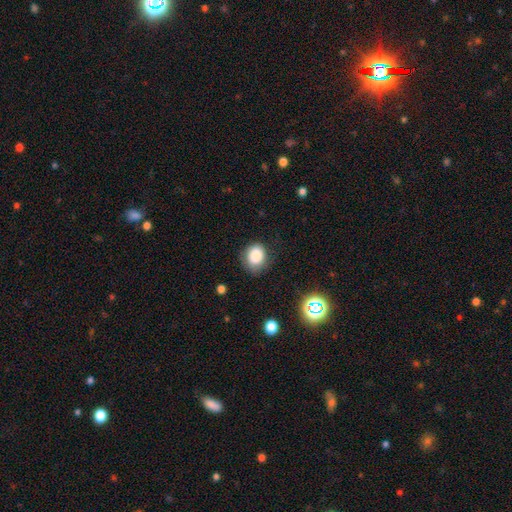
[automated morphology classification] A smooth galaxy with no disk features (85%) that is round (54%). Merging: none (68%).